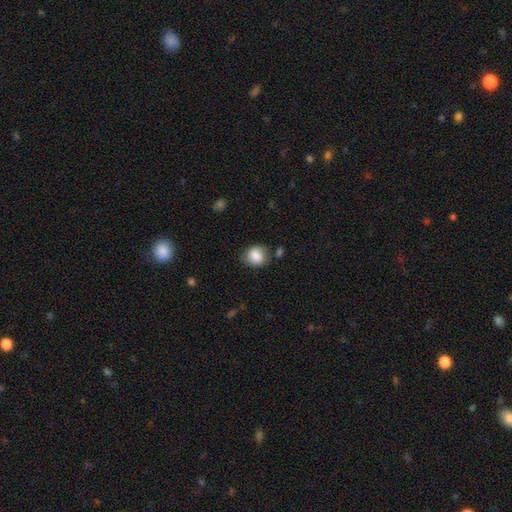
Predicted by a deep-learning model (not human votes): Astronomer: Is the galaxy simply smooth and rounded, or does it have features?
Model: smooth — 83%.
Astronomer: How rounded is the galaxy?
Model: round — 71%.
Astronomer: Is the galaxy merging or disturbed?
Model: none — 72%.